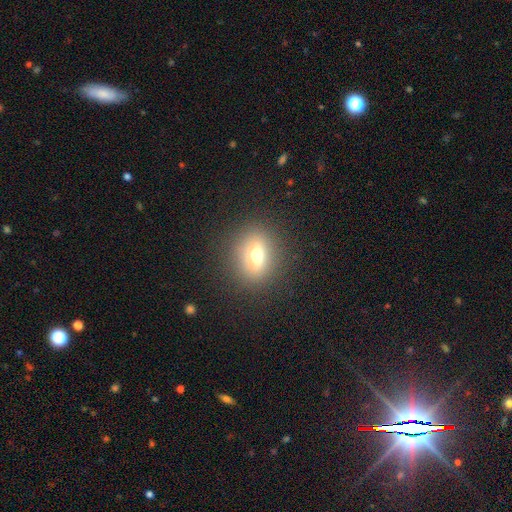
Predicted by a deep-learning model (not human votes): Smooth or featured?
  - smooth: 60% *
  - featured or disk: 25%
  - star or artifact: 14%
How rounded?
  - round: 57% *
  - in between: 40%
  - cigar-shaped: 4%
Merging?
  - none: 86% *
  - minor disturbance: 8%
  - major disturbance: 4%
  - merger: 1%